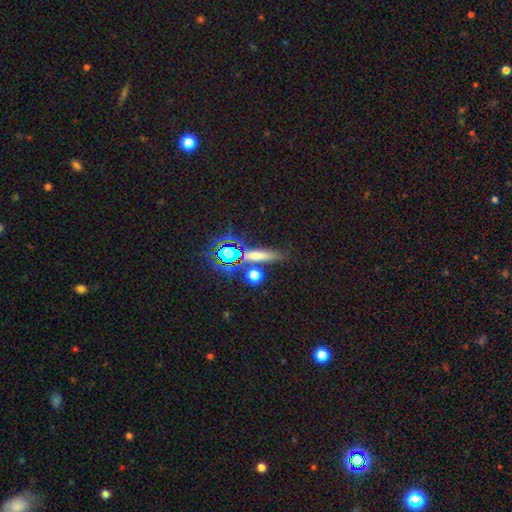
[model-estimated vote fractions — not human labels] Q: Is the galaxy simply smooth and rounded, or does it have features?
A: smooth — 52%.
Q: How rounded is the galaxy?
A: cigar-shaped — 64%.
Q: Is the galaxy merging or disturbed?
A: none — 74%.